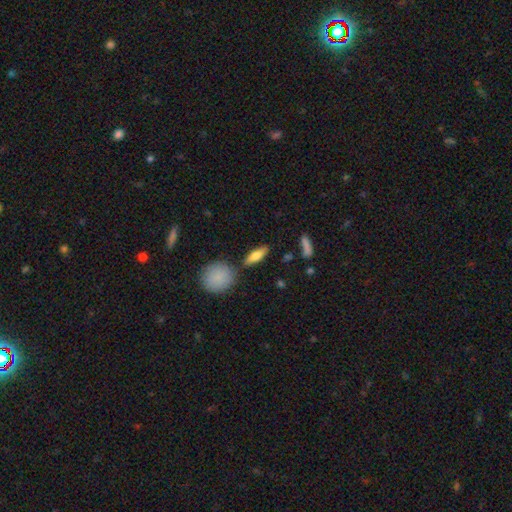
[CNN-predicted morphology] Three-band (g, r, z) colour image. It shows a smooth galaxy with no disk features (63%) that is in between round and cigar-shaped (52%). Merging: none (79%).